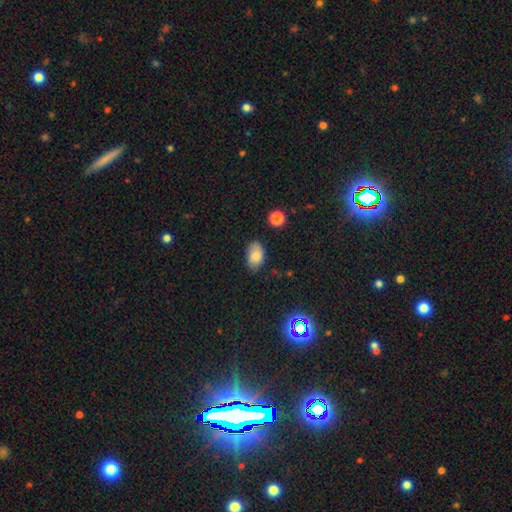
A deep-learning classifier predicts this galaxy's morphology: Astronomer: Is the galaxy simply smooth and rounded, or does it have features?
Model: smooth — 81%.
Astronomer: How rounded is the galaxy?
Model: in between — 90%.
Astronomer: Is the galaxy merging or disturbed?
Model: none — 76%.